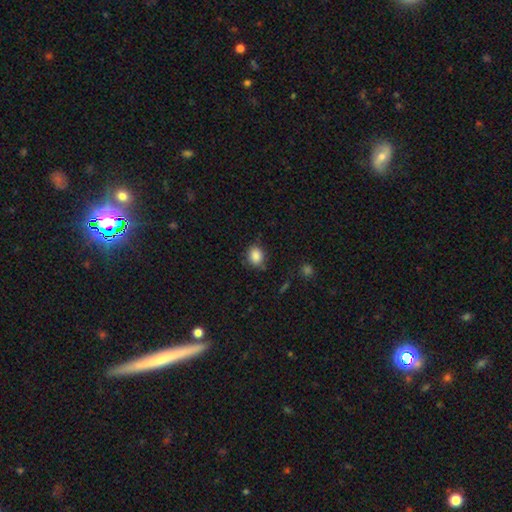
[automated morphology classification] A smooth galaxy with no disk features (86%) that is round (54%). Merging: none (76%).